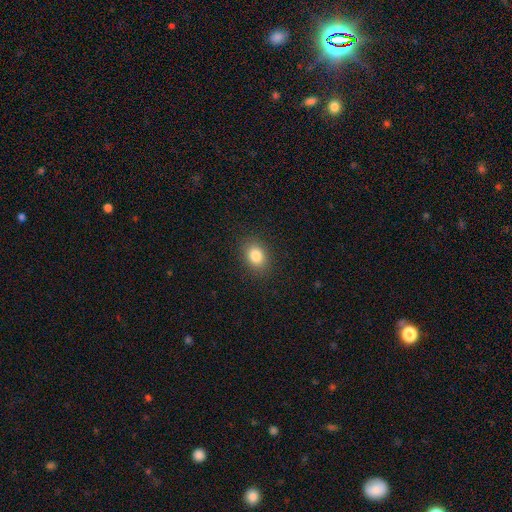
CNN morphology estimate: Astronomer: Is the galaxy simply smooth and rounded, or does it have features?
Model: smooth — 83%.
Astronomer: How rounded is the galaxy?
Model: in between — 58% (runner-up: round, 41%).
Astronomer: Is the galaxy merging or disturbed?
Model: none — 88%.